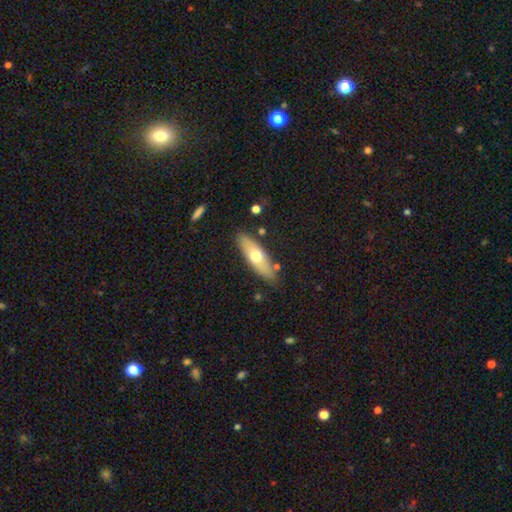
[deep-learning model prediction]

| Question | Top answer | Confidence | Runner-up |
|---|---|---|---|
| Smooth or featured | smooth | 58% | featured or disk (36%) |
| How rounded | in between | 52% | cigar-shaped (46%) |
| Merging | none | 83% | minor disturbance (11%) |